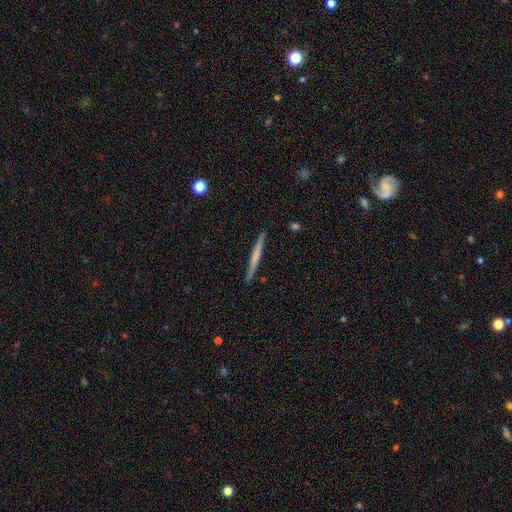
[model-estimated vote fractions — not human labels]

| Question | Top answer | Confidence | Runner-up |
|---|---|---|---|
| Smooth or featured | featured or disk | 49% | smooth (46%) |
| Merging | none | 91% | minor disturbance (6%) |